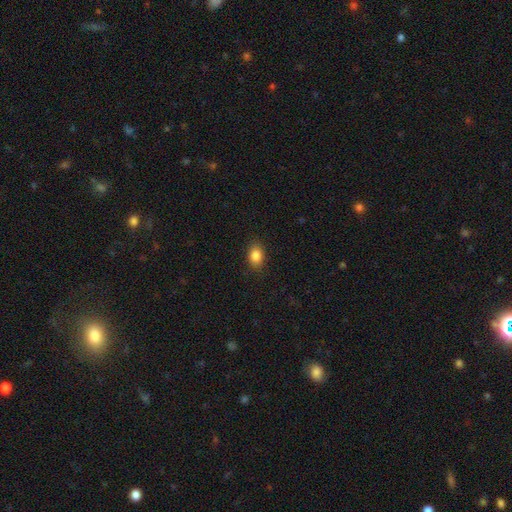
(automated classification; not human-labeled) Smooth or featured: smooth — 85% (star or artifact — 9%)
How rounded: in between — 77% (round — 21%)
Merging: none — 88% (minor disturbance — 9%)